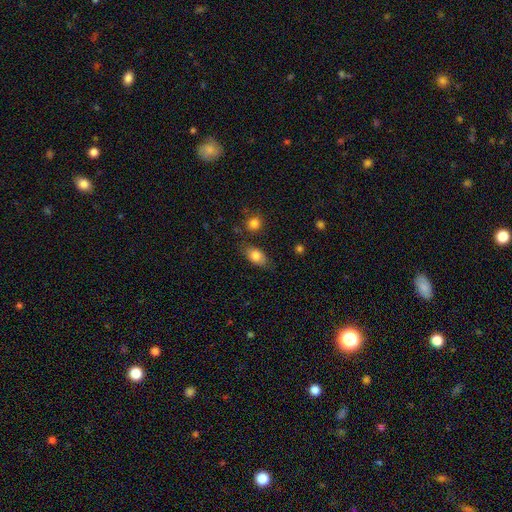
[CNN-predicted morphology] smooth 79%, featured or disk 13%, star or artifact 8%. Down the decision tree: how rounded — in between (84%); merging — none (73%).